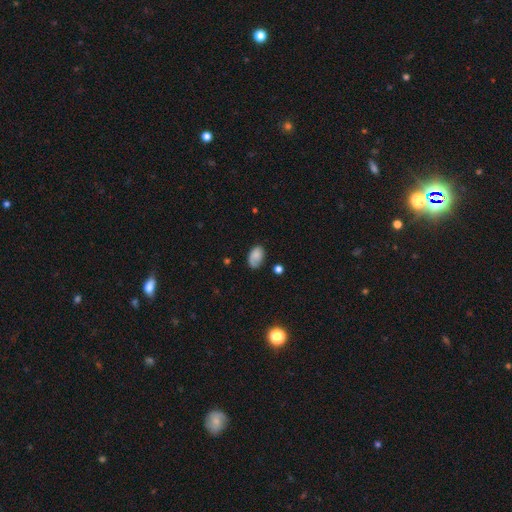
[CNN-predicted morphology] The model was most divided on "merging": none: 61%, minor disturbance: 27%, major disturbance: 9%, merger: 3%. More confident: how rounded — in between (89%); smooth or featured — smooth (76%).